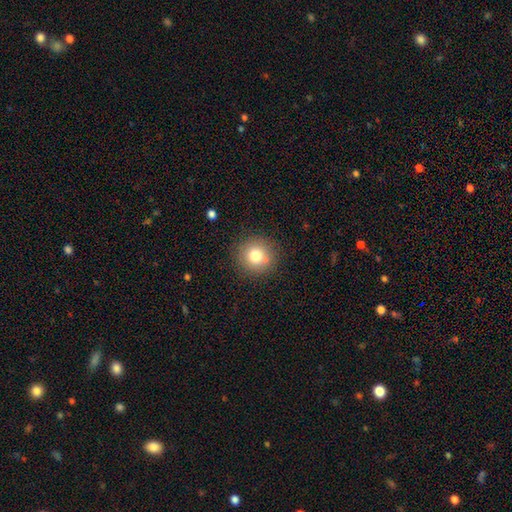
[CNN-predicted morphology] Smooth or featured? smooth (78%)
How rounded? round (92%)
Merging? none (82%)